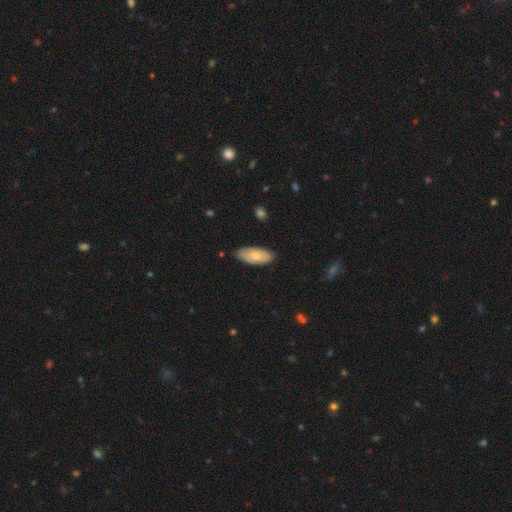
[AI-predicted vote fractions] Q: Smooth or featured?
A: smooth (70%); runner-up: featured or disk (24%)
Q: How rounded?
A: in between (90%); runner-up: cigar-shaped (8%)
Q: Merging?
A: none (79%); runner-up: minor disturbance (17%)